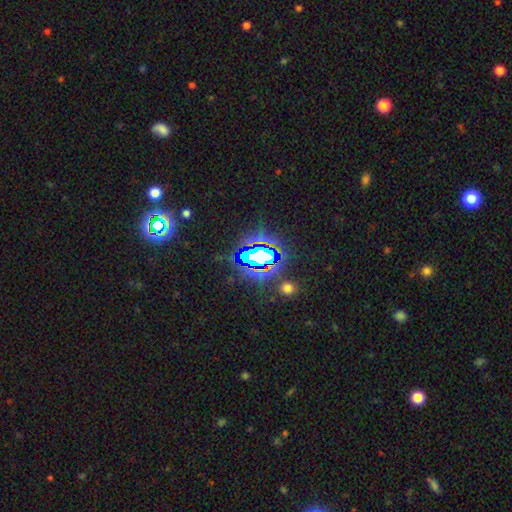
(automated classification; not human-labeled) Smooth or featured?
  - star or artifact: 73% *
  - smooth: 15%
  - featured or disk: 12%